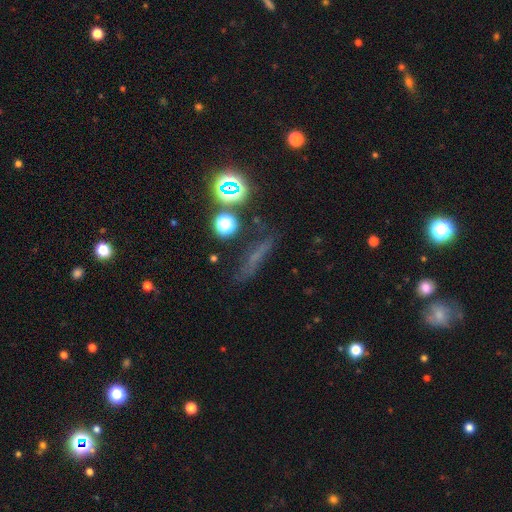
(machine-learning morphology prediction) This appears to be a smooth galaxy with no disk features (41%). Merging: none (70%).